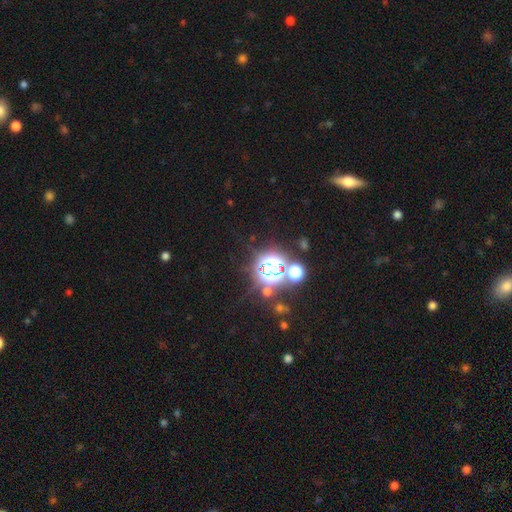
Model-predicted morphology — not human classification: star or artifact 81%, smooth 12%, featured or disk 7%.